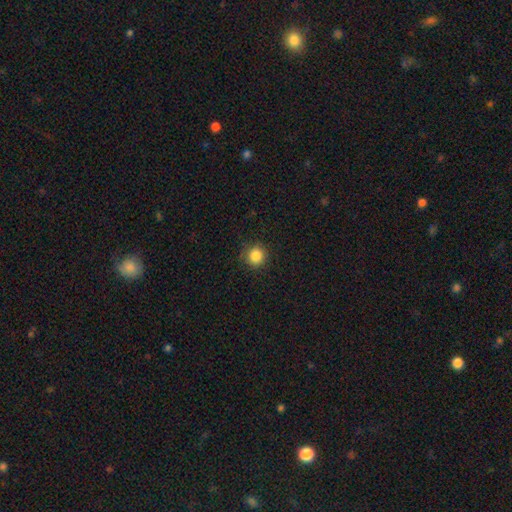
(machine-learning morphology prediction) Smooth or featured: smooth — 85% (star or artifact — 11%)
How rounded: round — 93% (in between — 6%)
Merging: none — 86% (minor disturbance — 10%)